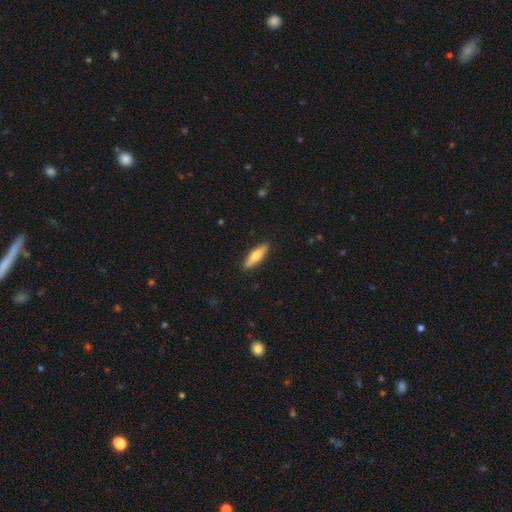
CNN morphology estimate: This appears to be a smooth galaxy with no disk features (53%) that is cigar-shaped (70%). Merging: none (89%).